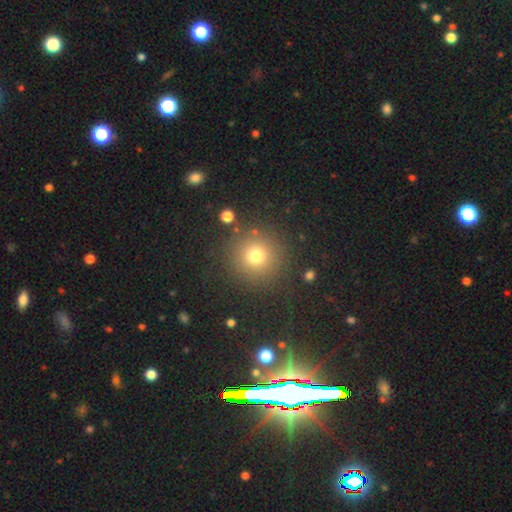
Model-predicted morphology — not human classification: Smooth or featured?
  - smooth: 73% *
  - star or artifact: 18%
  - featured or disk: 9%
How rounded?
  - round: 94% *
  - in between: 5%
  - cigar-shaped: 1%
Merging?
  - none: 85% *
  - minor disturbance: 7%
  - major disturbance: 4%
  - merger: 3%